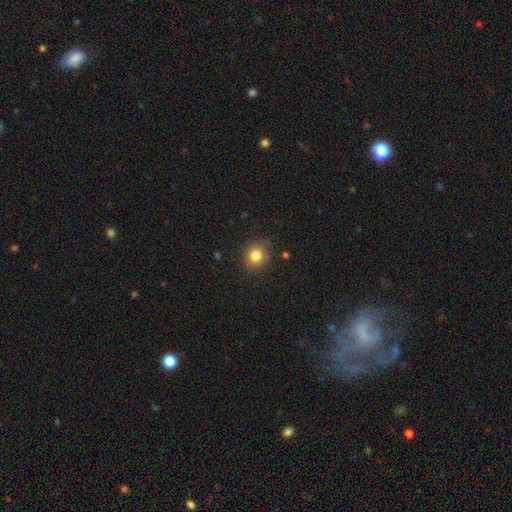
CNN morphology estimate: smooth-or-featured: smooth: 82% | star or artifact: 12% | featured or disk: 6%
  how-rounded: round: 85% | in between: 14% | cigar-shaped: 1%
  merging: none: 84% | minor disturbance: 11% | major disturbance: 3% | merger: 1%